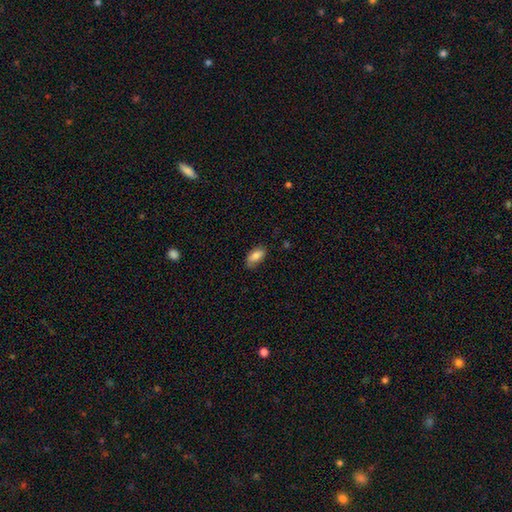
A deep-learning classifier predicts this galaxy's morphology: smooth-or-featured: smooth: 80% | featured or disk: 13% | star or artifact: 7%
  how-rounded: in between: 92% | cigar-shaped: 5% | round: 4%
  merging: none: 72% | minor disturbance: 22% | major disturbance: 4% | merger: 1%